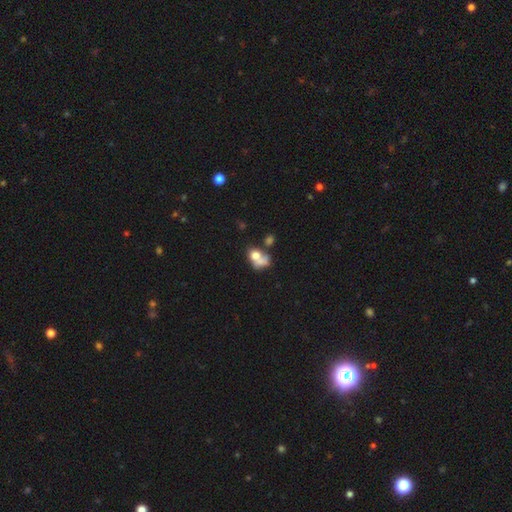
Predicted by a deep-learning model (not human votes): Smooth or featured? smooth (65%)
How rounded? in between (57%)
Merging? merger (54%)